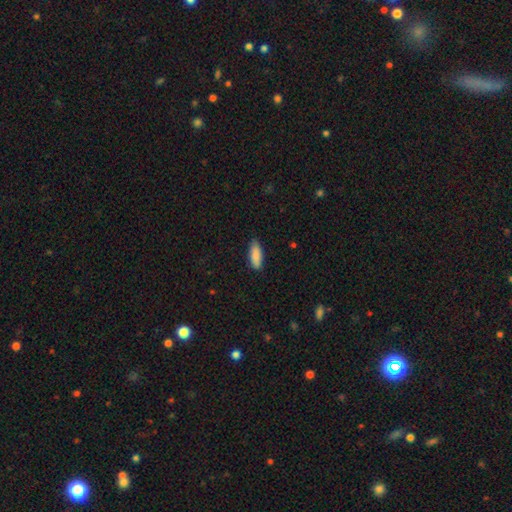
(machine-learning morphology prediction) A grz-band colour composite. It shows a smooth galaxy with no disk features (88%) that is in between round and cigar-shaped (67%). Merging: none (82%).